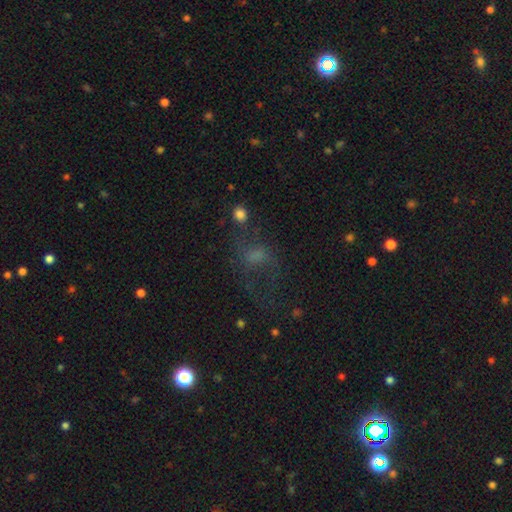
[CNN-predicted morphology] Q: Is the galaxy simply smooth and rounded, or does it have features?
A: smooth — 45%.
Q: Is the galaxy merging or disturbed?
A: none — 40%.